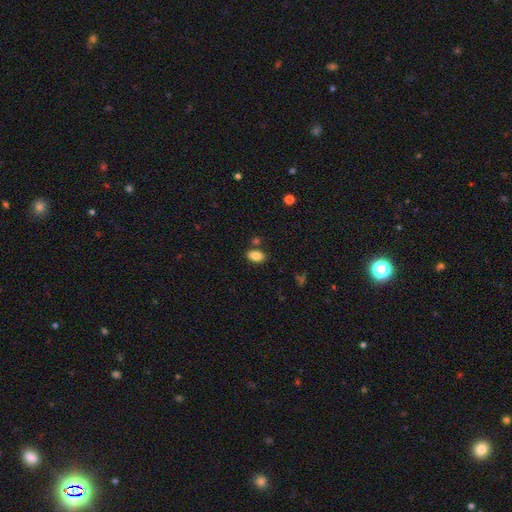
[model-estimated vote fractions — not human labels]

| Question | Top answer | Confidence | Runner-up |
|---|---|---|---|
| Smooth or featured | smooth | 86% | star or artifact (9%) |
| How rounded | in between | 90% | round (9%) |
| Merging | none | 78% | minor disturbance (11%) |